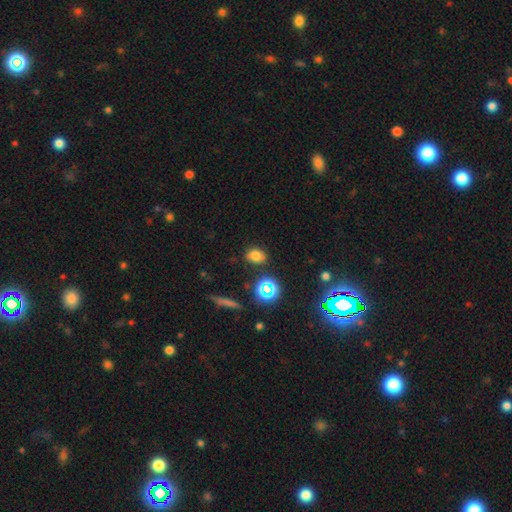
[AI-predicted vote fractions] This is likely a smooth galaxy (73%). How rounded: likely in between (62%). Merging: clearly none (81%).